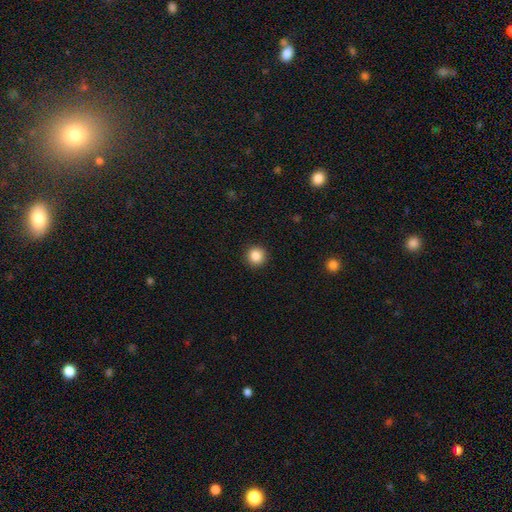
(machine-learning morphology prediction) This is clearly a smooth galaxy (87%). How rounded: clearly round (95%). Merging: clearly none (93%).